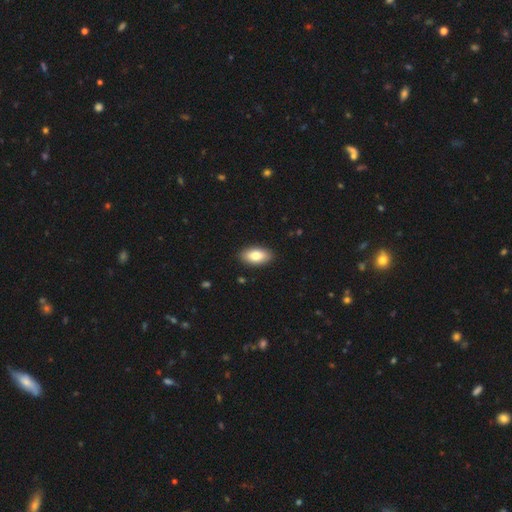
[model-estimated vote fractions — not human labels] A smooth galaxy with no disk features (82%) that is in between round and cigar-shaped (93%).

Vote fractions:
- Smooth or featured? smooth: 82% / featured or disk: 12% / star or artifact: 6%
- How rounded? in between: 93% / cigar-shaped: 4% / round: 3%
- Merging? none: 90% / minor disturbance: 8% / major disturbance: 2% / merger: 1%